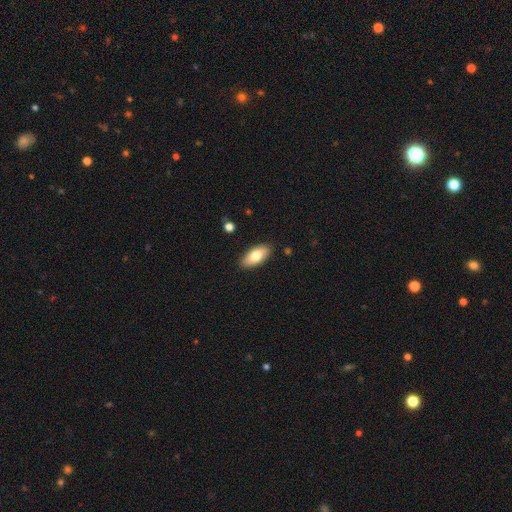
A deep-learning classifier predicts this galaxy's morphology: Overall: smooth (78%). How rounded: in between (89%). Merging: none (88%).